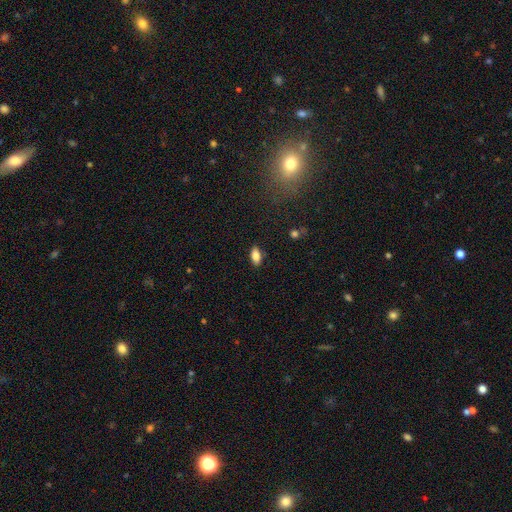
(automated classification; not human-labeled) Smooth or featured? smooth (82%)
How rounded? in between (87%)
Merging? none (87%)